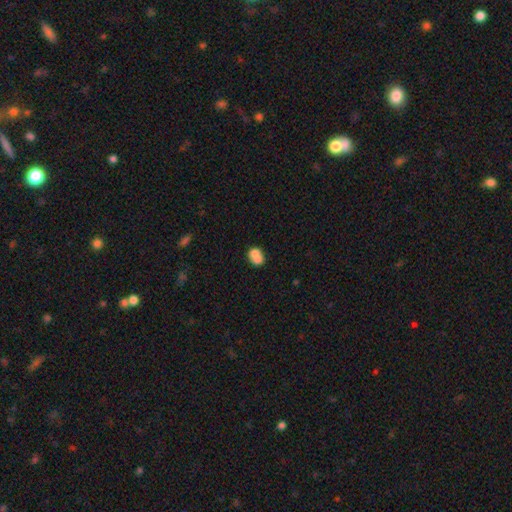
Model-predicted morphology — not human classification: smooth-or-featured: smooth: 71% | featured or disk: 20% | star or artifact: 9%
  how-rounded: round: 50% | in between: 49% | cigar-shaped: 1%
  merging: merger: 62% | none: 25% | minor disturbance: 8% | major disturbance: 4%